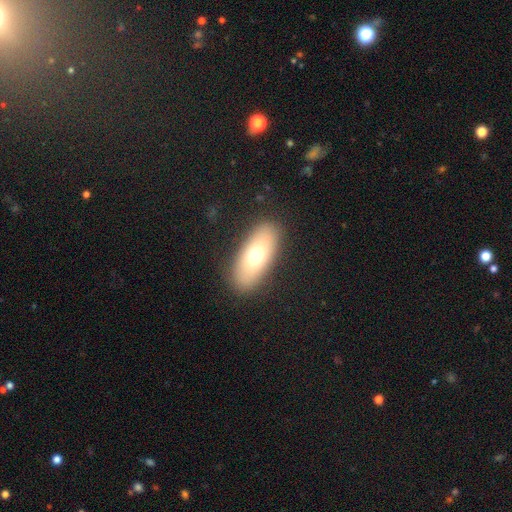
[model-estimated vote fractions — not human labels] Q: Smooth or featured?
A: smooth (69%); runner-up: featured or disk (24%)
Q: How rounded?
A: in between (81%); runner-up: cigar-shaped (15%)
Q: Merging?
A: none (87%); runner-up: minor disturbance (9%)